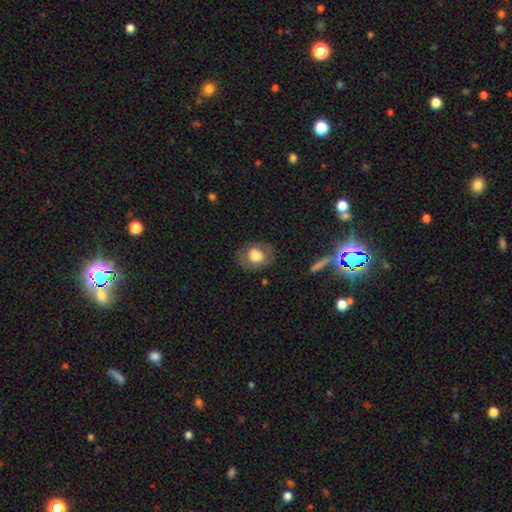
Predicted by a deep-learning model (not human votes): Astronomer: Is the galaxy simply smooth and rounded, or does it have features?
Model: smooth — 67%.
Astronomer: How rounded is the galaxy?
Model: round — 50% (runner-up: in between, 49%).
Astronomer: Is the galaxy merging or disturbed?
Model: none — 74%.